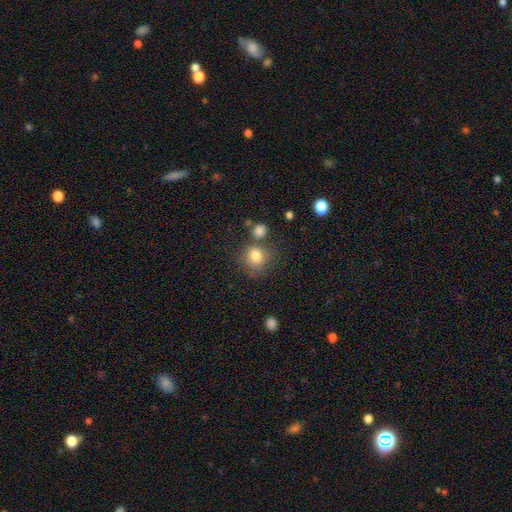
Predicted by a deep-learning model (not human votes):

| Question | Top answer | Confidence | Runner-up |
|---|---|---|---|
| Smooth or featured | smooth | 80% | star or artifact (12%) |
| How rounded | round | 85% | in between (14%) |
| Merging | none | 65% | minor disturbance (15%) |